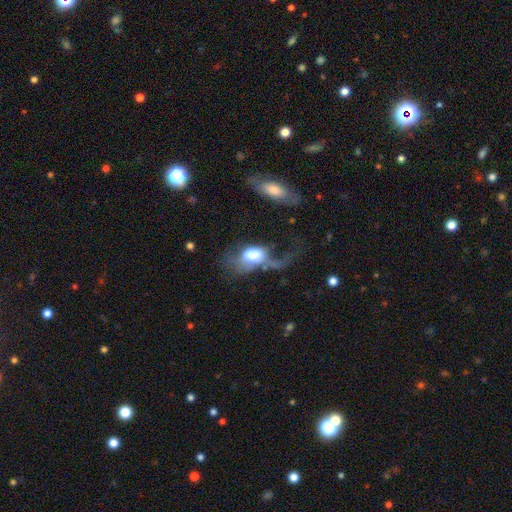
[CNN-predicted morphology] smooth 54%, featured or disk 37%, star or artifact 8%. Down the decision tree: how rounded — in between (83%); merging — major disturbance (60%).